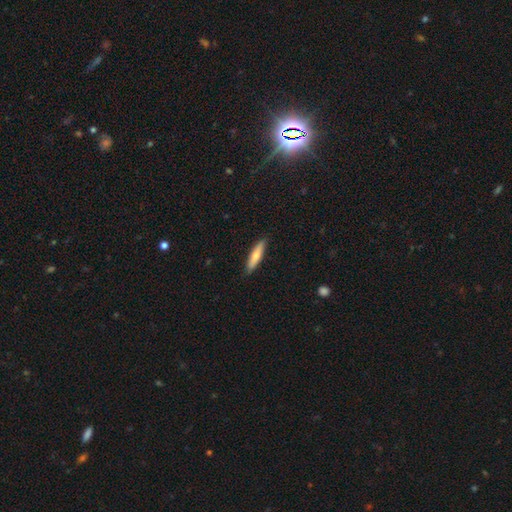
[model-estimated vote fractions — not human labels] A smooth galaxy with no disk features (70%) that is cigar-shaped (79%).

Vote fractions:
- Smooth or featured? smooth: 70% / featured or disk: 24% / star or artifact: 5%
- How rounded? cigar-shaped: 79% / in between: 20% / round: 2%
- Merging? none: 89% / minor disturbance: 9% / major disturbance: 2% / merger: 1%